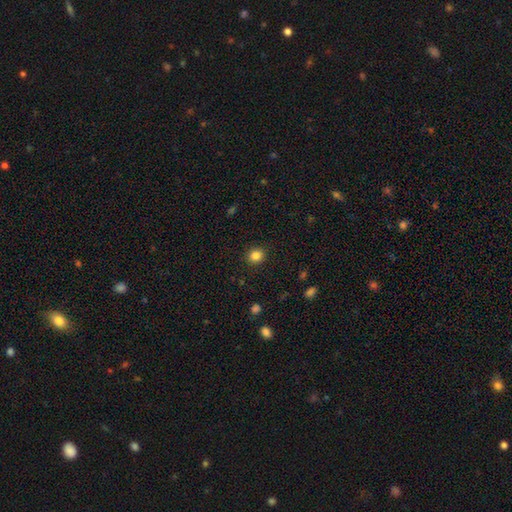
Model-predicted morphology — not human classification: Smooth or featured? Predicted: smooth (p=0.84). How rounded? Predicted: round (p=0.83). Merging? Predicted: none (p=0.91).